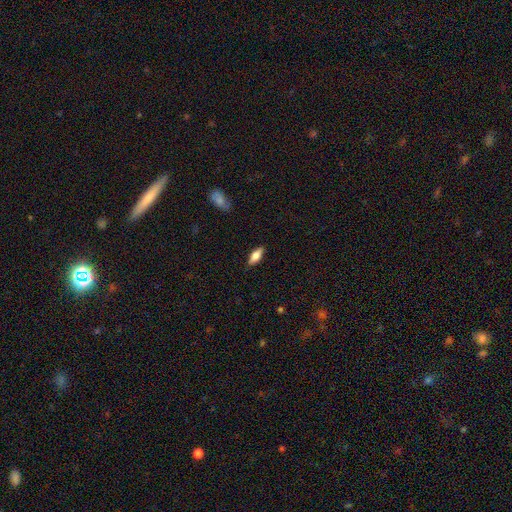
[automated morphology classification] This is likely a smooth galaxy (67%). How rounded: likely in between (72%). Merging: clearly none (87%).